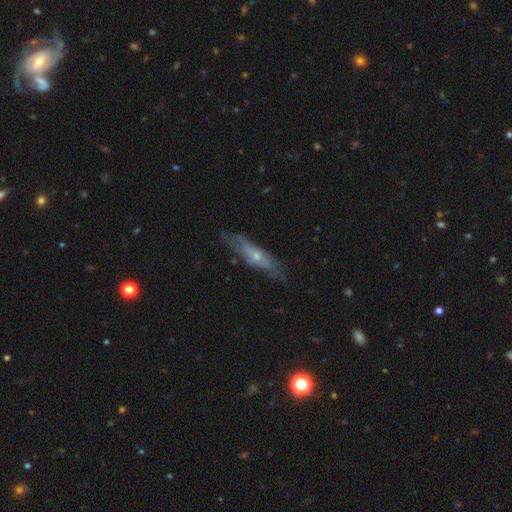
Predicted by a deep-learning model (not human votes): Q: Smooth or featured?
A: featured or disk (56%); runner-up: smooth (38%)
Q: Edge-on disk?
A: yes (52%); runner-up: no (48%)
Q: Merging?
A: none (66%); runner-up: minor disturbance (24%)